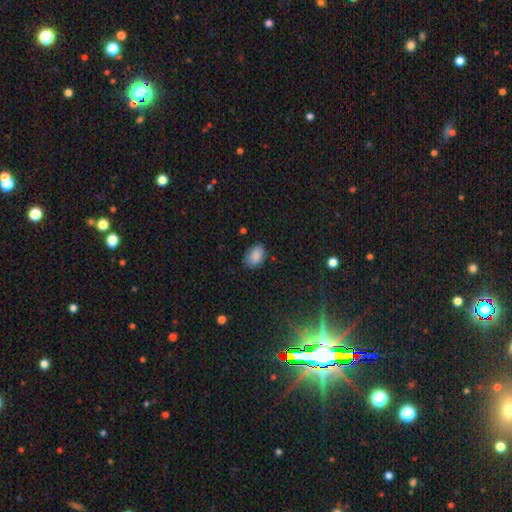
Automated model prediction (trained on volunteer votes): Smooth or featured? smooth (87%)
How rounded? in between (84%)
Merging? none (80%)